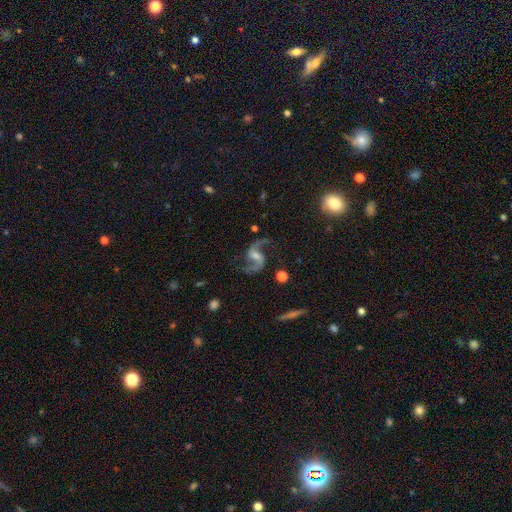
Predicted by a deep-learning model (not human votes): A featured or disk galaxy (91%) with a weak bar (44%), 2 (94%) loose (70%) spiral arms (97%) and a moderate central bulge (44%). Merging: none (76%).